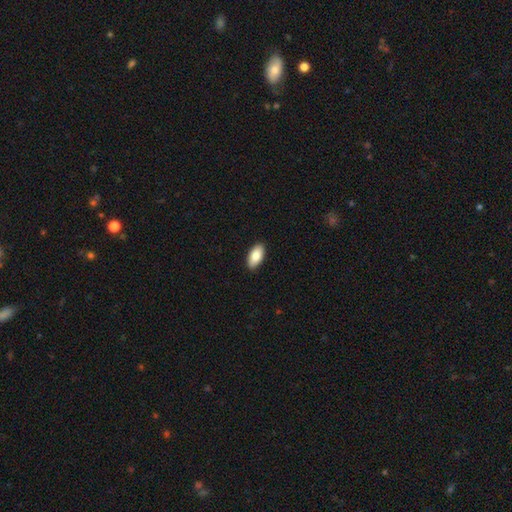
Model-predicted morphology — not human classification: smooth-or-featured: smooth: 85% | featured or disk: 9% | star or artifact: 6%
  how-rounded: in between: 93% | cigar-shaped: 5% | round: 2%
  merging: none: 90% | minor disturbance: 8% | major disturbance: 2% | merger: 1%